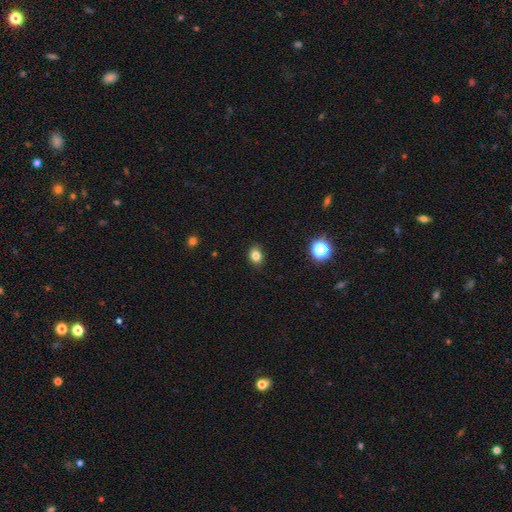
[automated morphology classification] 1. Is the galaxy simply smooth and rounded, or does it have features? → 82% smooth, 13% star or artifact, 6% featured or disk.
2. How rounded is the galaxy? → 55% in between, 44% round, 1% cigar-shaped.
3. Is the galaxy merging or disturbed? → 88% none, 8% minor disturbance, 2% major disturbance, 1% merger.